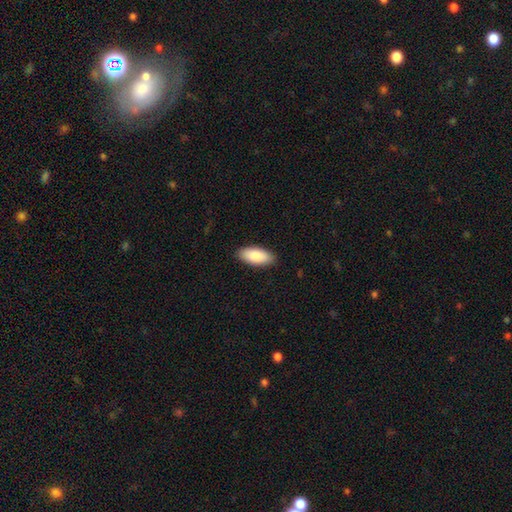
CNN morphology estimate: Smooth or featured?
  - smooth: 87% *
  - featured or disk: 7%
  - star or artifact: 5%
How rounded?
  - in between: 88% *
  - cigar-shaped: 10%
  - round: 2%
Merging?
  - none: 89% *
  - minor disturbance: 9%
  - major disturbance: 2%
  - merger: 1%